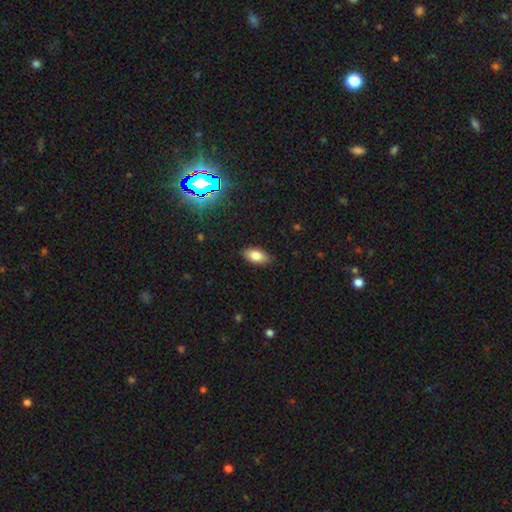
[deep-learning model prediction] The model was most divided on "smooth or featured": smooth: 81%, featured or disk: 10%, star or artifact: 9%. More confident: how rounded — in between (91%); merging — none (87%).